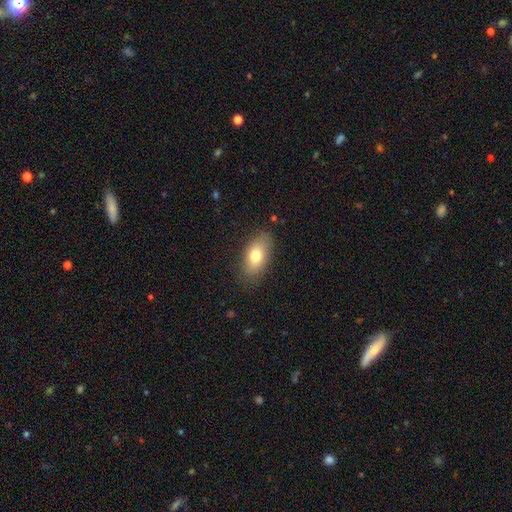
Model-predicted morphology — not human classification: Overall: smooth (75%). How rounded: in between (88%). Merging: none (83%).